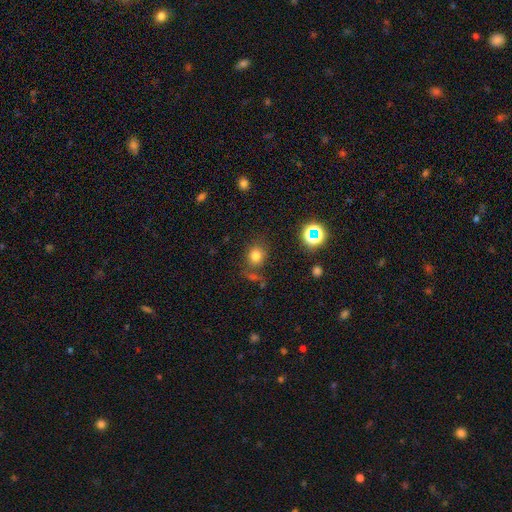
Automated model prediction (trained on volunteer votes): Smooth or featured? smooth (75%)
How rounded? round (78%)
Merging? none (72%)